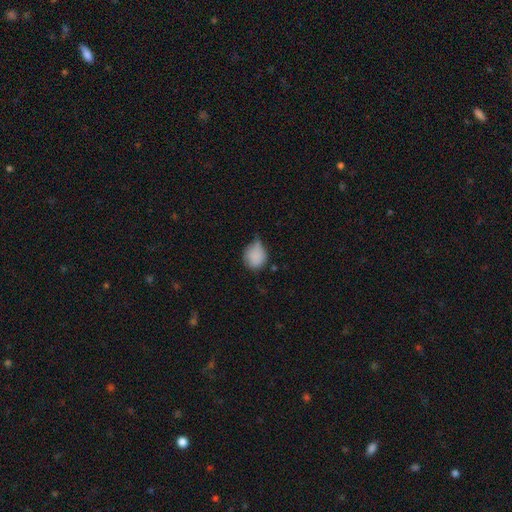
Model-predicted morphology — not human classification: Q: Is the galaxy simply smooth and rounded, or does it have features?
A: smooth — 83%.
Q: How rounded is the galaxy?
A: round — 70%.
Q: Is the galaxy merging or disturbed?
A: minor disturbance — 51%.